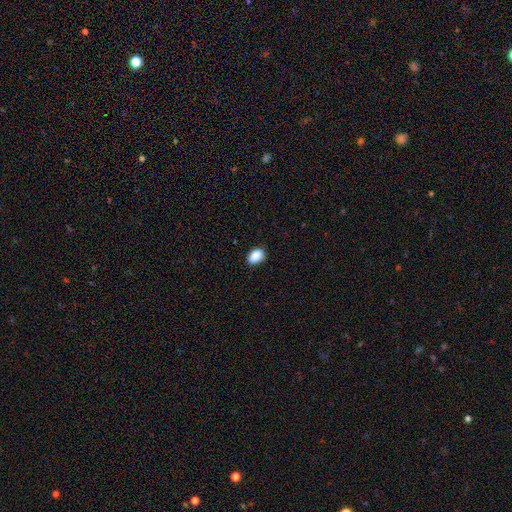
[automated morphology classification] A smooth galaxy with no disk features (89%) that is in between round and cigar-shaped (85%). Merging: none (86%).